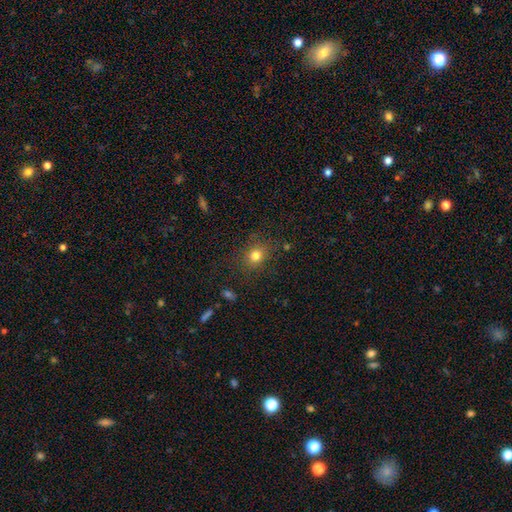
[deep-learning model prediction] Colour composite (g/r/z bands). It shows a smooth galaxy with no disk features (79%) that is round (69%). Merging: none (82%).